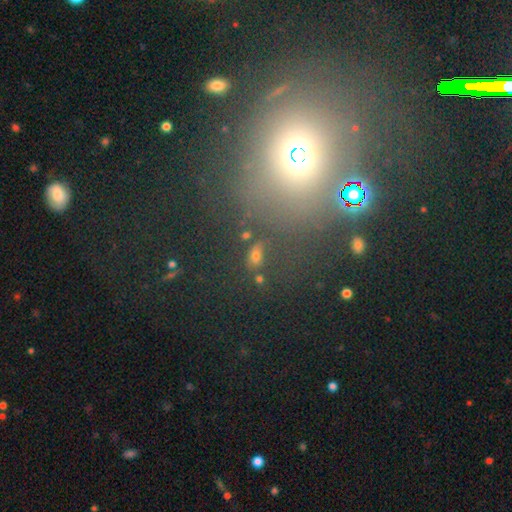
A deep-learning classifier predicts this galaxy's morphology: The model was most divided on "smooth or featured": smooth: 56%, star or artifact: 31%, featured or disk: 13%. More confident: how rounded — in between (72%); merging — none (70%).